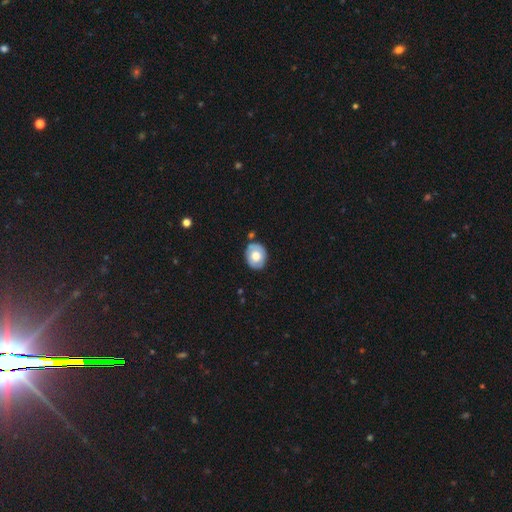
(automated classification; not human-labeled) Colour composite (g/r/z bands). It shows a smooth galaxy with no disk features (61%) that is round (55%). Merging: none (80%).